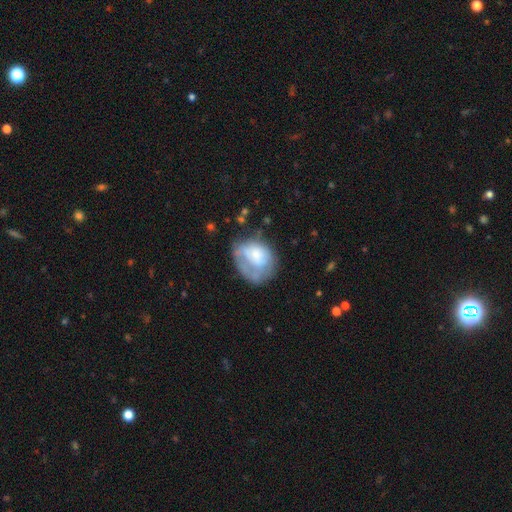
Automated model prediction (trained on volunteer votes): Smooth or featured? smooth (54%)
How rounded? in between (53%)
Merging? none (35%)